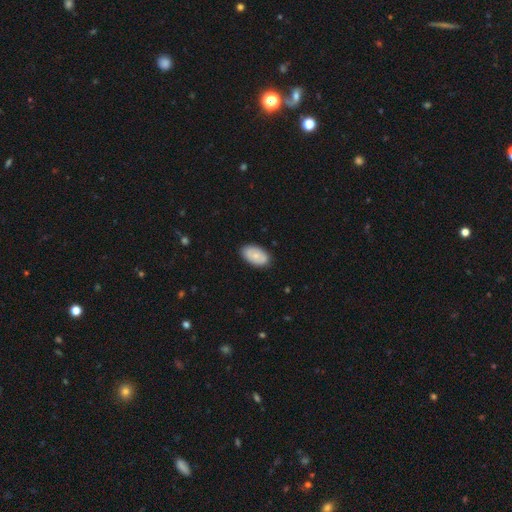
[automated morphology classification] Smooth or featured? Predicted: smooth (p=0.69). How rounded? Predicted: in between (p=0.94). Merging? Predicted: none (p=0.84).